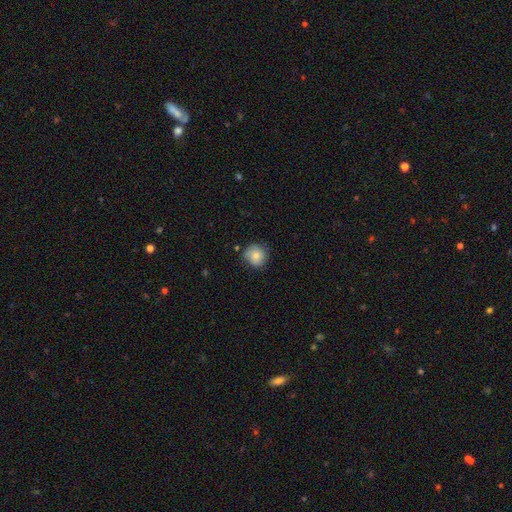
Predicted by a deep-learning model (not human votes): Morphology: type=smooth (77%); roundness=round (90%); merging=none (76%).